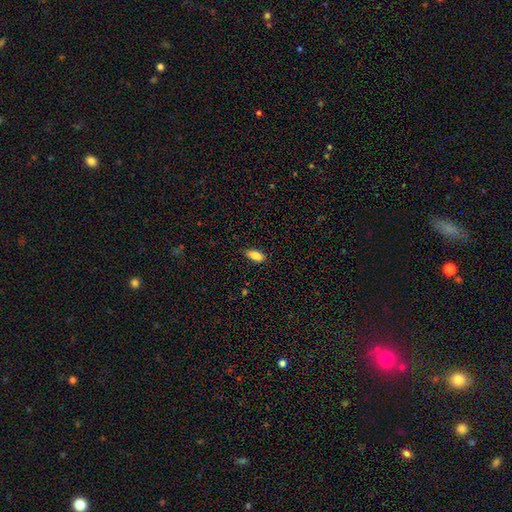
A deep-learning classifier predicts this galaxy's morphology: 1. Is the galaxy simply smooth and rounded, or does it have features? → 85% smooth, 8% star or artifact, 7% featured or disk.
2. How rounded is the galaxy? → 85% in between, 13% cigar-shaped, 3% round.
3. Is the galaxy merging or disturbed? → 78% none, 17% minor disturbance, 3% major disturbance, 2% merger.